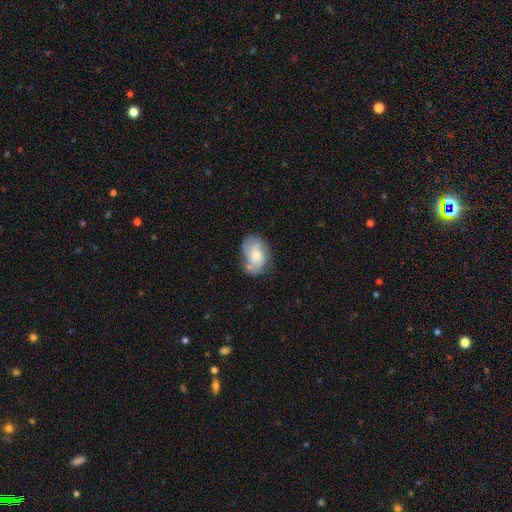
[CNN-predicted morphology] A featured or disk galaxy (52%) with no bar (76%), spiral arms (77%) and a moderate central bulge (47%). Merging: none (51%).